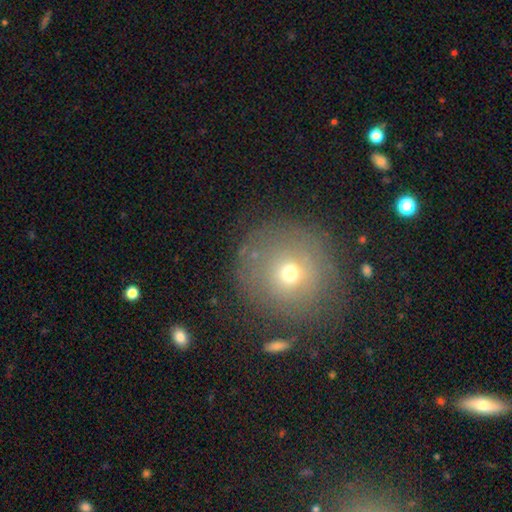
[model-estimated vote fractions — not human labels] smooth-or-featured: smooth: 58% | star or artifact: 22% | featured or disk: 20%
  how-rounded: round: 95% | in between: 4% | cigar-shaped: 1%
  merging: none: 81% | minor disturbance: 11% | major disturbance: 5% | merger: 2%